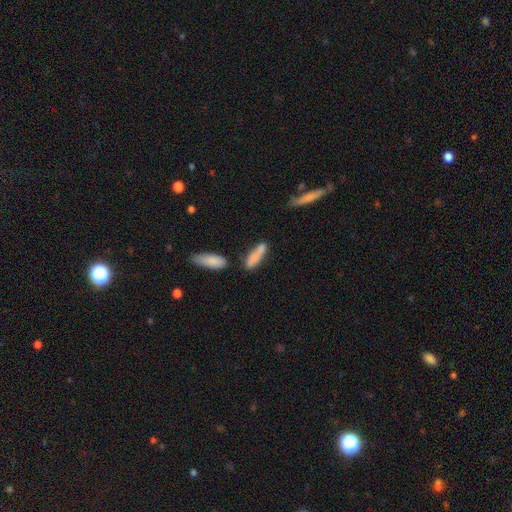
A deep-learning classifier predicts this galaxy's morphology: A smooth galaxy with no disk features (81%) that is cigar-shaped (67%). Merging: none (57%).